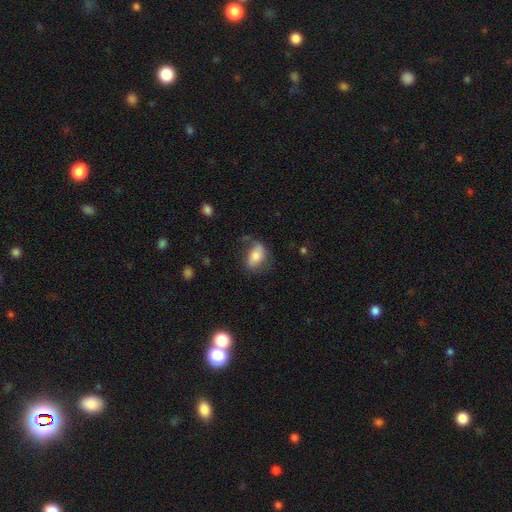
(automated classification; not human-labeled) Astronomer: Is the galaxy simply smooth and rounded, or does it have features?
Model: smooth — 67%.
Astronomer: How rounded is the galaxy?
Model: in between — 87%.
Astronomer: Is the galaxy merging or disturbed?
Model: none — 52% (runner-up: minor disturbance, 27%).